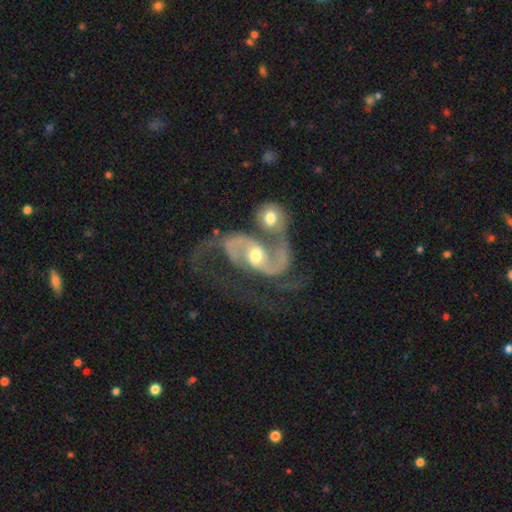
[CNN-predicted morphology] This is clearly a featured or disk galaxy (86%). It is clearly not viewed edge-on (97%). Bar: marginally no (43%). Spiral arm pattern: clearly yes (94%). Spiral arm count: clearly 2 (86%). Spiral winding: possibly loose (56%). Central bulge: likely moderate (66%). Merging: likely merger (67%).